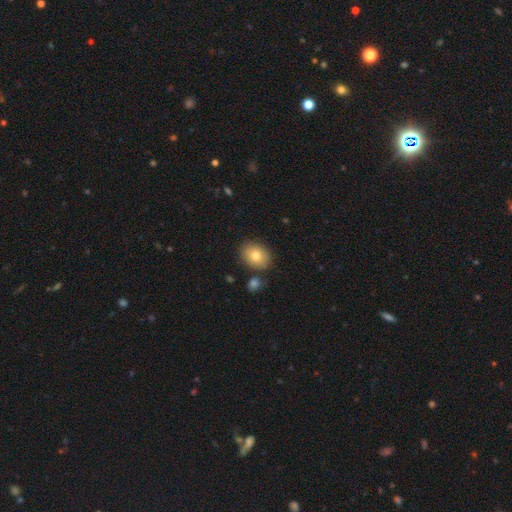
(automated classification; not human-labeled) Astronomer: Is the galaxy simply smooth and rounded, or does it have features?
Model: smooth — 79%.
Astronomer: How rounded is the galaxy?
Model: in between — 56% (runner-up: round, 43%).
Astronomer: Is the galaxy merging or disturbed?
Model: none — 82%.